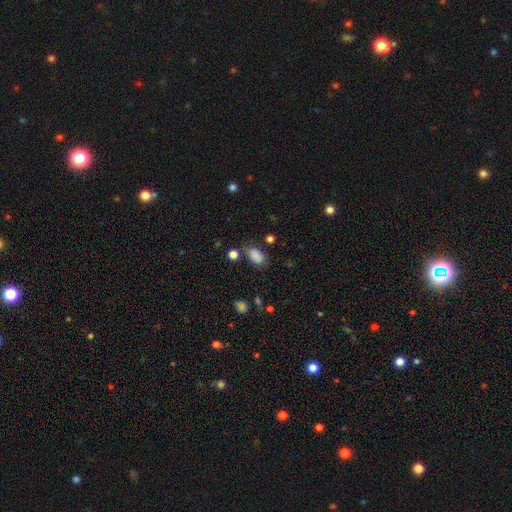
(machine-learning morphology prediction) Smooth or featured: smooth — 83% (star or artifact — 11%)
How rounded: in between — 89% (round — 9%)
Merging: none — 69% (minor disturbance — 19%)